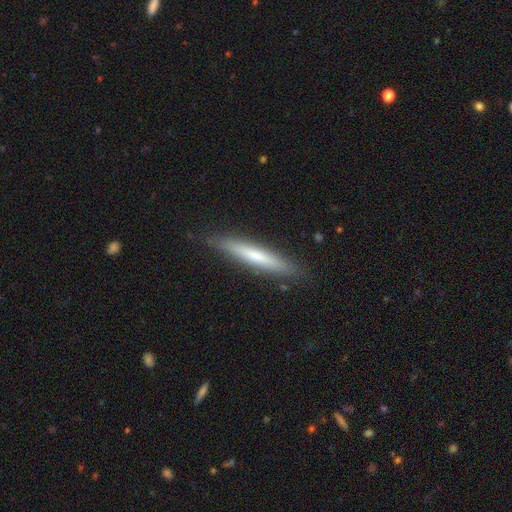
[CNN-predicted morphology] smooth 58%, featured or disk 36%, star or artifact 6%. Down the decision tree: how rounded — cigar-shaped (94%); merging — none (87%).